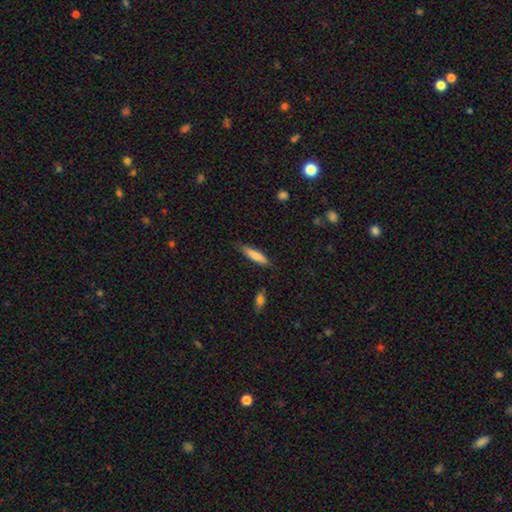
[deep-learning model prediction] Smooth or featured: smooth — 81% (featured or disk — 13%)
How rounded: cigar-shaped — 79% (in between — 19%)
Merging: none — 80% (minor disturbance — 16%)